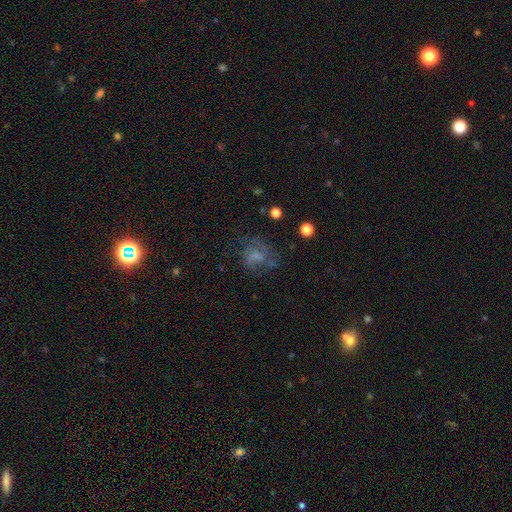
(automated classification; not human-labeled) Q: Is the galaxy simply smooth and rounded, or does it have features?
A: featured or disk — 47%.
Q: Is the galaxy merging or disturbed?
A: none — 58%.